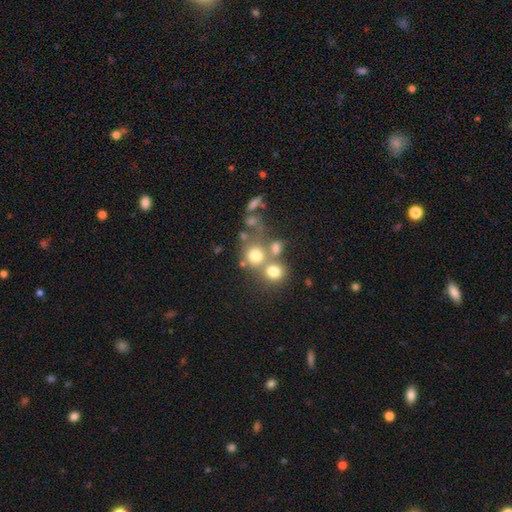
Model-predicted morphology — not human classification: smooth_or_featured: smooth (p=0.69) [alt: star or artifact p=0.15]
how_rounded: round (p=0.82) [alt: in between p=0.17]
merging: none (p=0.46) [alt: merger p=0.38]